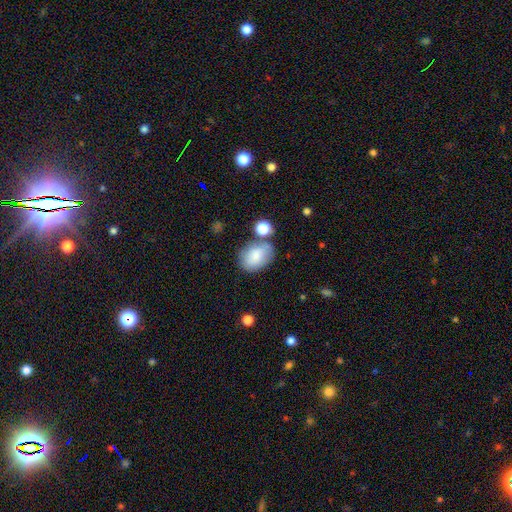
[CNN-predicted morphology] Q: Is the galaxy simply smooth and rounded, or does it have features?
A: smooth — 79%.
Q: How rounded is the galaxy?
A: in between — 82%.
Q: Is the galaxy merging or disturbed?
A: none — 62%.